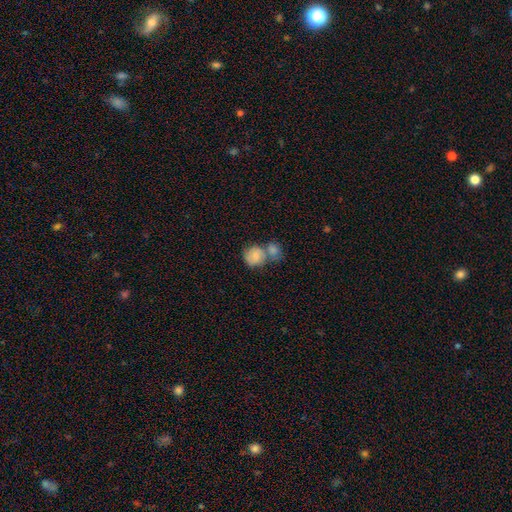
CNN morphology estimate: This appears to be a smooth galaxy with no disk features (80%) that is round (77%). Merging: merger (55%).